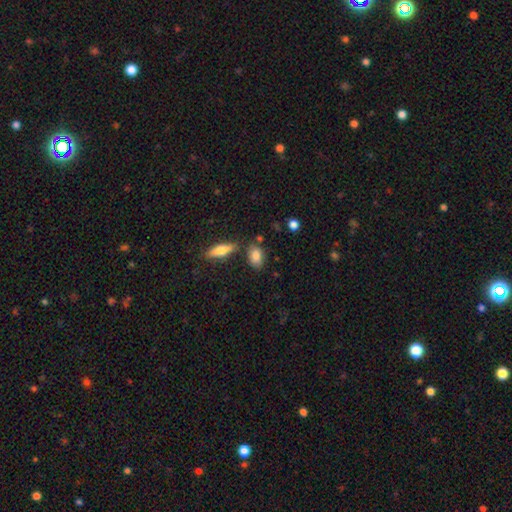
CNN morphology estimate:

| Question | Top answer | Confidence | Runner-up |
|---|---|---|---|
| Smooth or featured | smooth | 82% | featured or disk (10%) |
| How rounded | in between | 85% | round (10%) |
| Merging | none | 71% | minor disturbance (15%) |